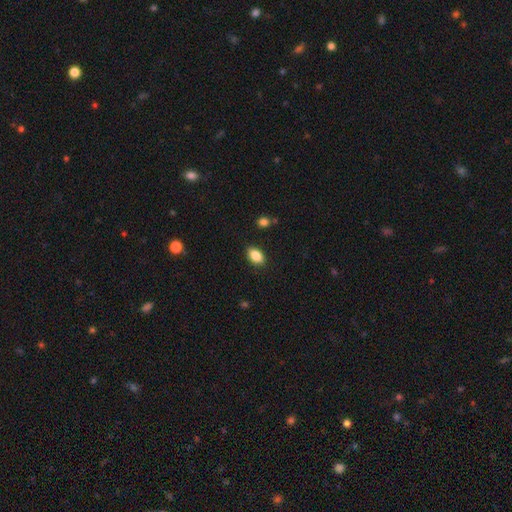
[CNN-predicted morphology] Overall: smooth (86%). How rounded: in between (88%). Merging: none (87%).